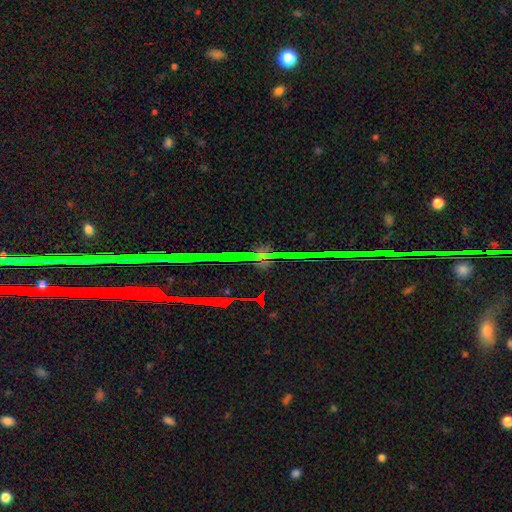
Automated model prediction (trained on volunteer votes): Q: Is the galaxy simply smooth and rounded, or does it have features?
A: star or artifact — 81%.